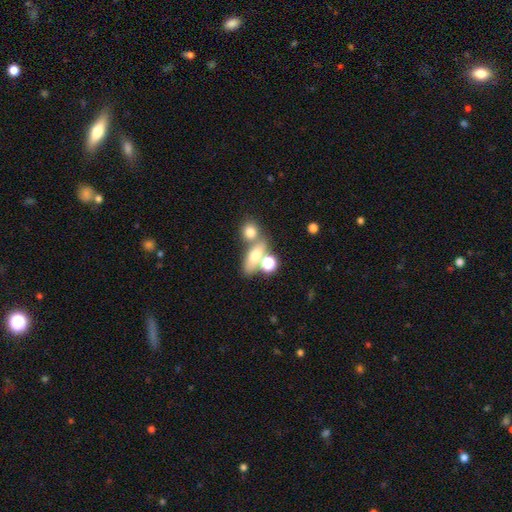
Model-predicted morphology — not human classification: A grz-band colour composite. It shows a smooth galaxy with no disk features (64%) that is in between round and cigar-shaped (60%). Merging: none (44%).